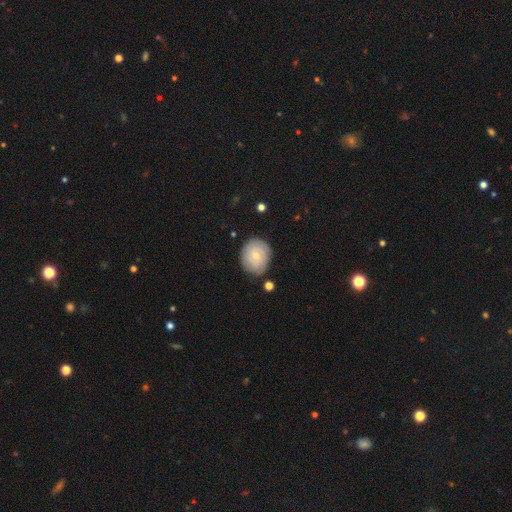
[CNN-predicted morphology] type=featured or disk (49%); merging=none (79%).